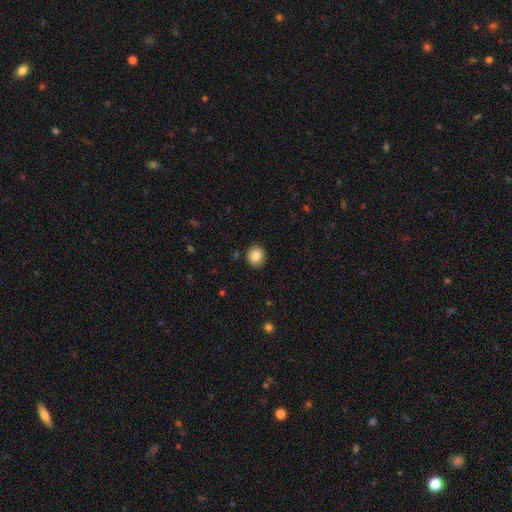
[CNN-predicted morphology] Smooth or featured?
  - smooth: 85% *
  - star or artifact: 9%
  - featured or disk: 6%
How rounded?
  - round: 79% *
  - in between: 21%
  - cigar-shaped: 1%
Merging?
  - none: 89% *
  - minor disturbance: 8%
  - major disturbance: 2%
  - merger: 1%